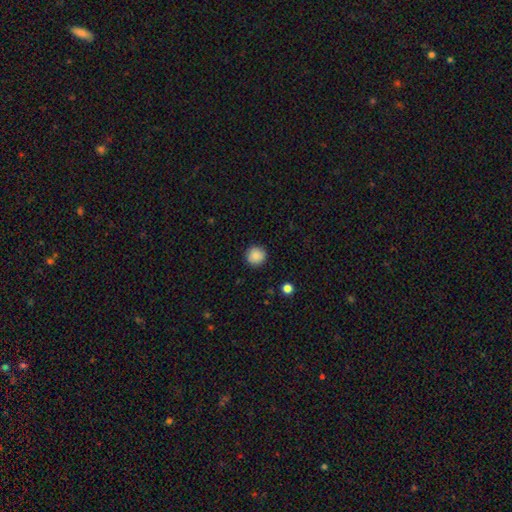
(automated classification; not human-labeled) Morphology: type=smooth (88%); roundness=round (94%); merging=none (91%).